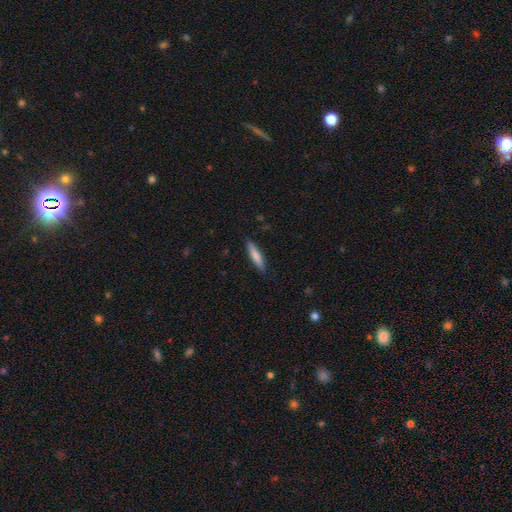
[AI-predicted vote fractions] This is likely a smooth galaxy (77%). How rounded: clearly cigar-shaped (87%). Merging: clearly none (89%).